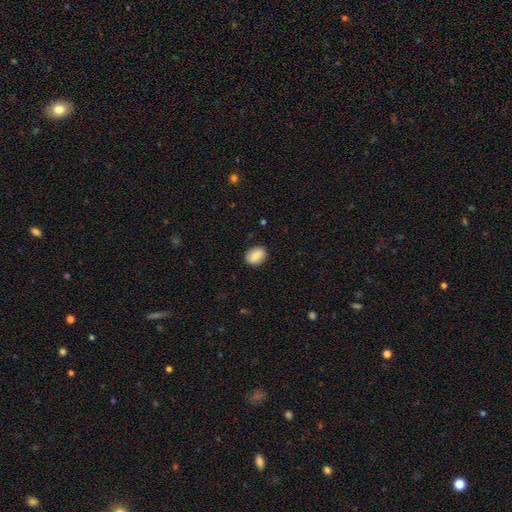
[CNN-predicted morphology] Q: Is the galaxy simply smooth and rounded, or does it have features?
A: smooth — 85%.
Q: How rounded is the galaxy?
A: in between — 68%.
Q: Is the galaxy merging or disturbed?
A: none — 87%.